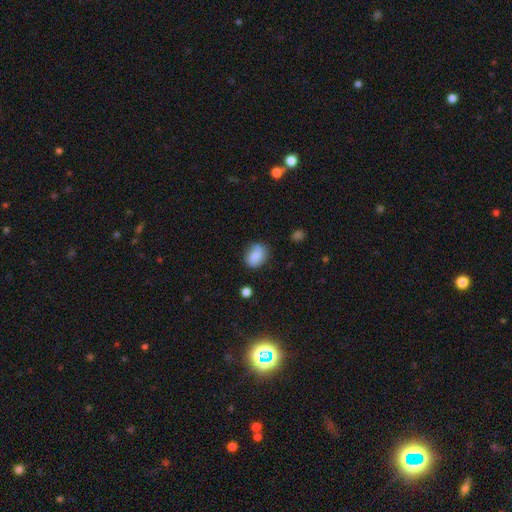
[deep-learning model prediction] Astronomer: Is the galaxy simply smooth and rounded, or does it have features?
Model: smooth — 81%.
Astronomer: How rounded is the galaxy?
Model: in between — 64%.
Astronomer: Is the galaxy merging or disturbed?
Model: none — 69%.